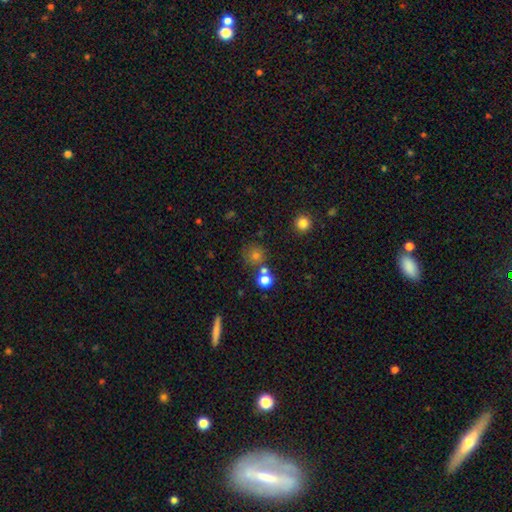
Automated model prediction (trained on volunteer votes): A smooth galaxy with no disk features (67%) that is round (91%).

Vote fractions:
- Smooth or featured? smooth: 67% / star or artifact: 21% / featured or disk: 12%
- How rounded? round: 91% / in between: 8% / cigar-shaped: 1%
- Merging? none: 71% / merger: 17% / minor disturbance: 9% / major disturbance: 4%